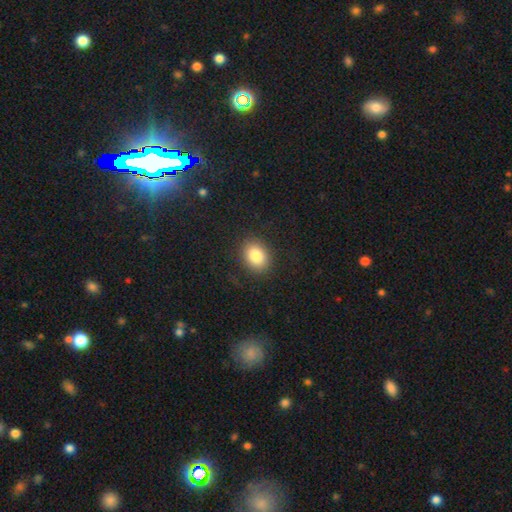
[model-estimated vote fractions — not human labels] This appears to be a smooth galaxy with no disk features (84%) that is in between round and cigar-shaped (60%). Merging: none (87%).